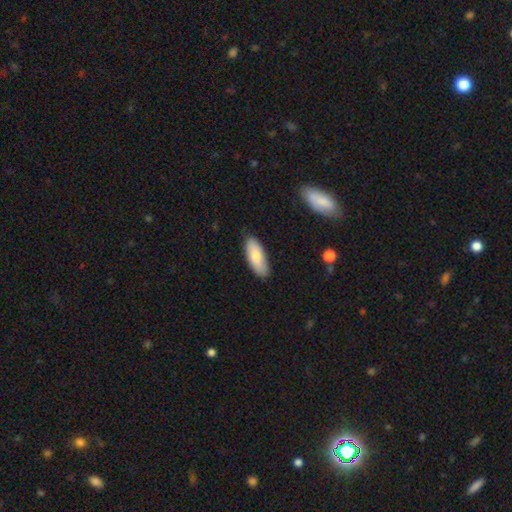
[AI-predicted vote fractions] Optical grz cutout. It shows a smooth galaxy with no disk features (76%) that is in between round and cigar-shaped (80%). Merging: none (84%).